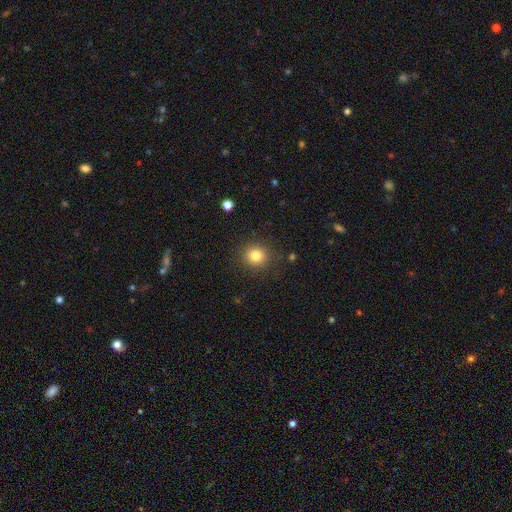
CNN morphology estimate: Smooth or featured? smooth (81%)
How rounded? round (89%)
Merging? none (88%)